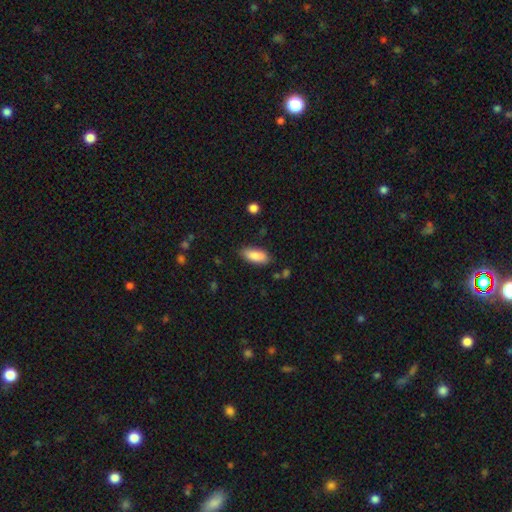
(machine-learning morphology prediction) Overall: smooth (86%). How rounded: in between (78%). Merging: none (79%).